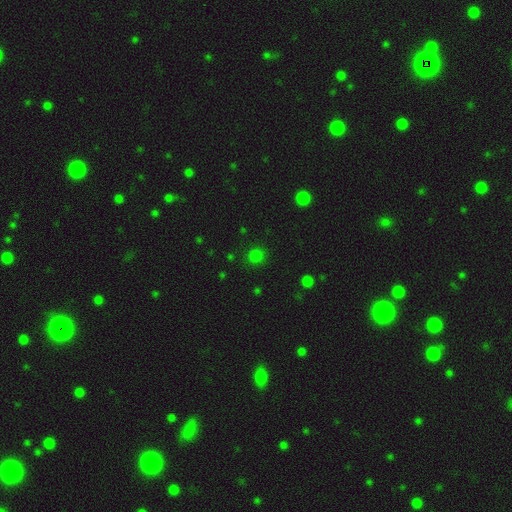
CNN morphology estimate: A smooth galaxy with no disk features (77%) that is round (89%). Merging: none (87%).